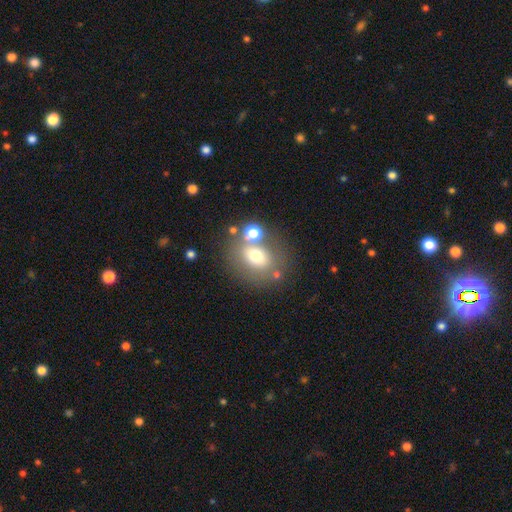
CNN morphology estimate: Smooth or featured: smooth — 67% (featured or disk — 20%)
How rounded: round — 52% (in between — 46%)
Merging: none — 57% (merger — 22%)